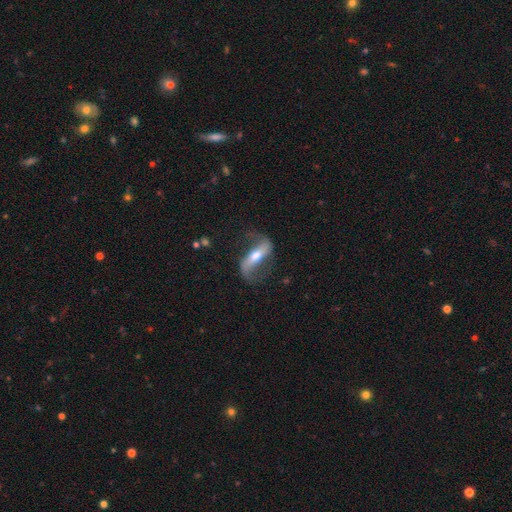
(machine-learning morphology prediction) Smooth or featured? featured or disk (81%)
Edge-on disk? no (86%)
Bar? strong (58%)
Spiral arms? yes (92%)
Spiral winding? loose (77%)
Spiral arm count? 2 (92%)
Bulge size? moderate (63%)
Merging? none (70%)